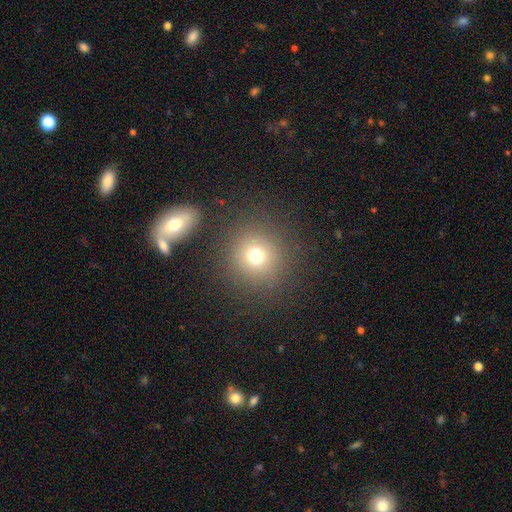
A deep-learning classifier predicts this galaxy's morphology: Overall: smooth (72%). How rounded: round (93%). Merging: none (87%).